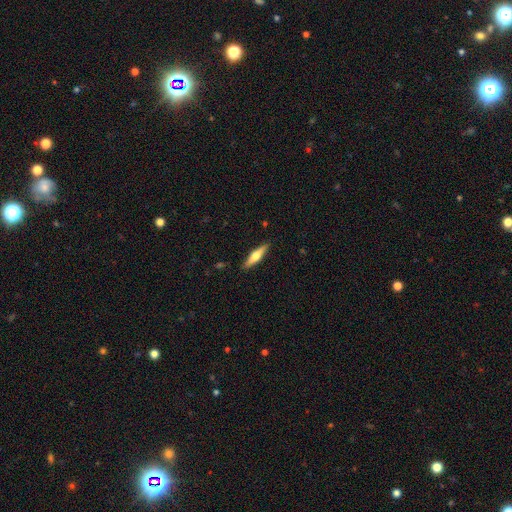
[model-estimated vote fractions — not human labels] A featured or disk galaxy (49%).

Vote fractions:
- Smooth or featured? featured or disk: 49% / smooth: 45% / star or artifact: 6%
- Merging? none: 89% / minor disturbance: 8% / major disturbance: 2% / merger: 1%